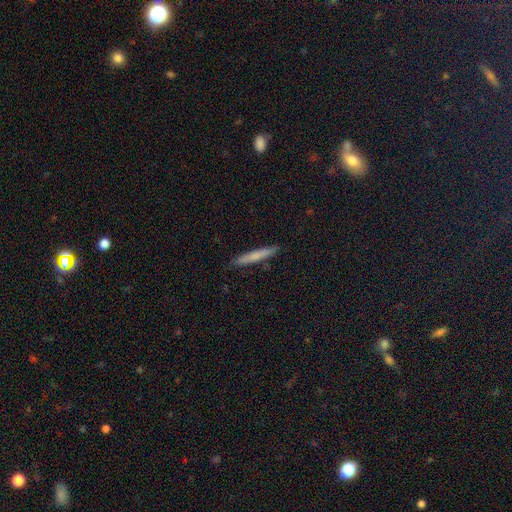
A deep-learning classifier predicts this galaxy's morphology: This appears to be a smooth galaxy with no disk features (69%) that is cigar-shaped (96%). Merging: none (90%).